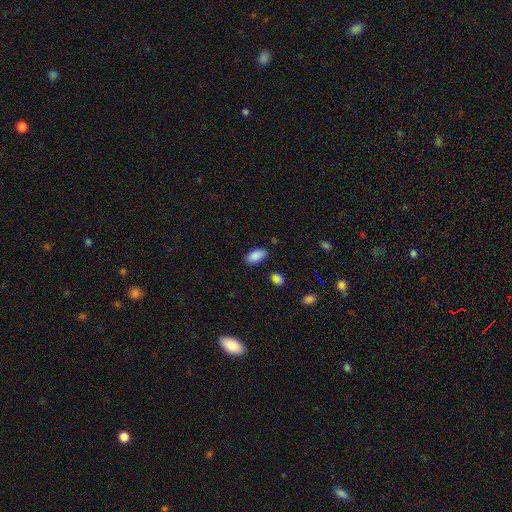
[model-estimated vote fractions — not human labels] Smooth or featured? smooth (87%)
How rounded? in between (91%)
Merging? none (83%)